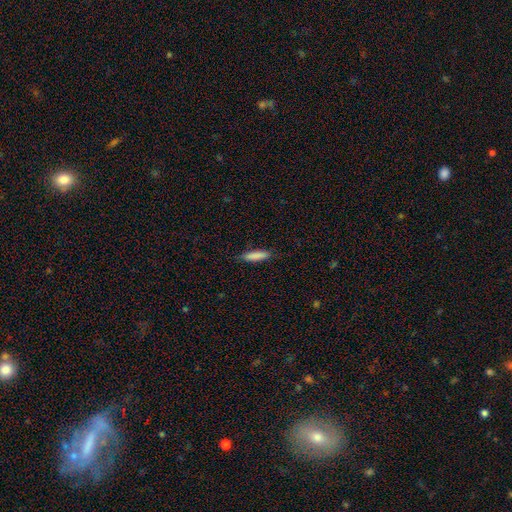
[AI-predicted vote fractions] This is clearly a smooth galaxy (86%). How rounded: likely cigar-shaped (73%). Merging: clearly none (84%).